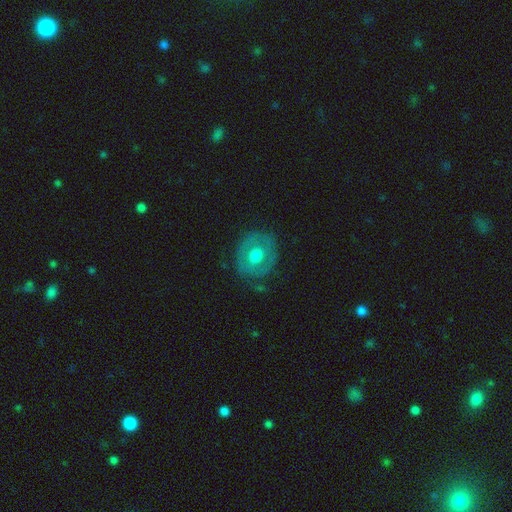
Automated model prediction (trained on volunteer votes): A featured or disk galaxy (49%).

Vote fractions:
- Smooth or featured? featured or disk: 49% / smooth: 45% / star or artifact: 6%
- Merging? none: 76% / minor disturbance: 16% / major disturbance: 6% / merger: 2%